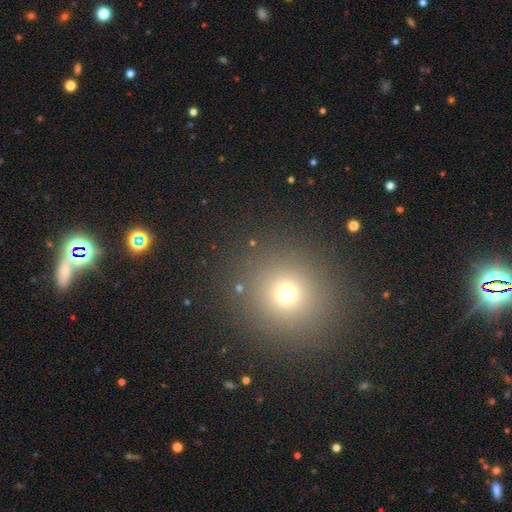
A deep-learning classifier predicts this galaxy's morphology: A smooth galaxy with no disk features (61%) that is round (90%). Merging: none (90%).